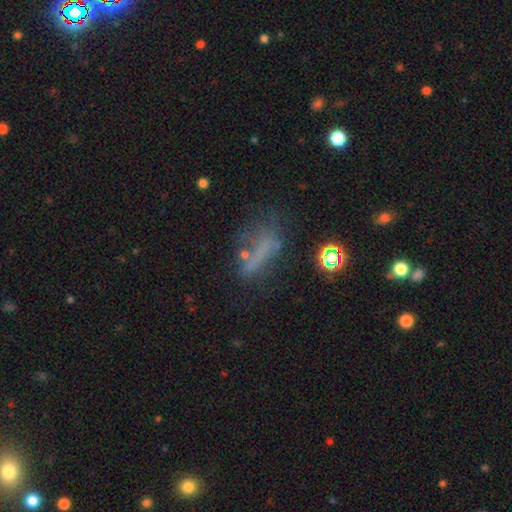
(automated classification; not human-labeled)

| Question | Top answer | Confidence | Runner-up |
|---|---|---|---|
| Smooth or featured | smooth | 45% | featured or disk (30%) |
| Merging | none | 49% | major disturbance (22%) |